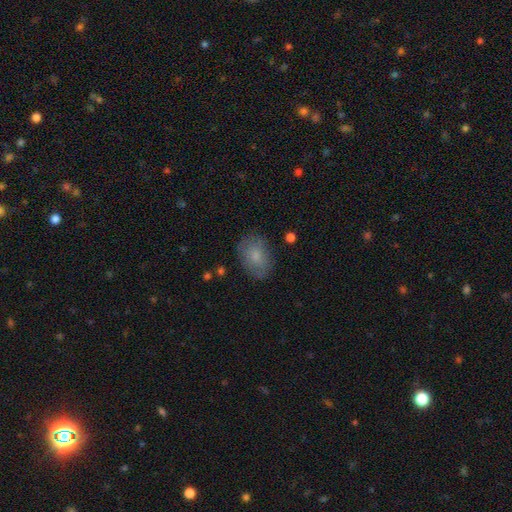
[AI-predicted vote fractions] Smooth or featured?
  - smooth: 76% *
  - featured or disk: 17%
  - star or artifact: 8%
How rounded?
  - in between: 78% *
  - round: 21%
  - cigar-shaped: 1%
Merging?
  - none: 77% *
  - minor disturbance: 17%
  - major disturbance: 5%
  - merger: 1%